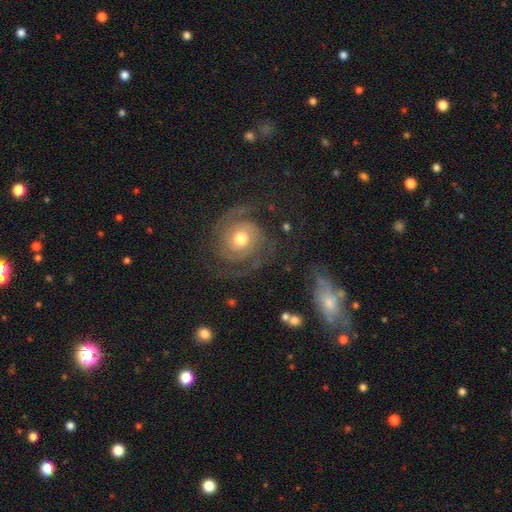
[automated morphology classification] A featured or disk galaxy (52%). Merging: none (74%).